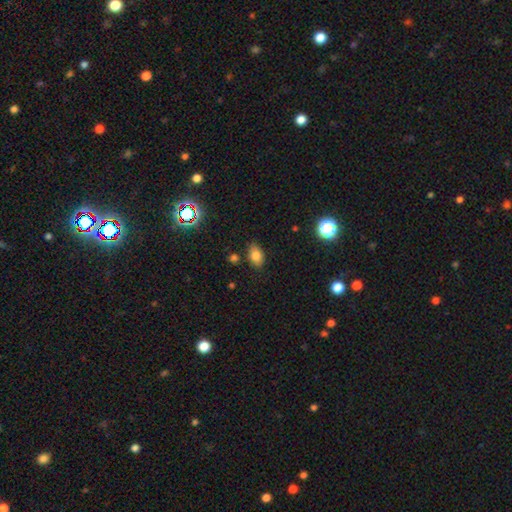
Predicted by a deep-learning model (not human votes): smooth_or_featured: smooth (p=0.79) [alt: star or artifact p=0.12]
how_rounded: in between (p=0.84) [alt: round p=0.13]
merging: none (p=0.80) [alt: minor disturbance p=0.14]